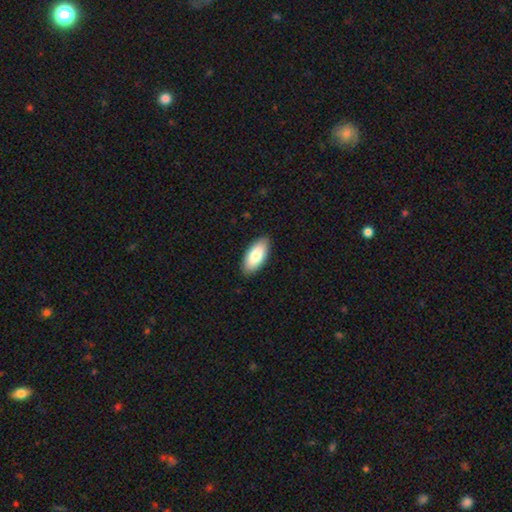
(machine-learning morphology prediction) smooth_or_featured: smooth (p=0.81) [alt: featured or disk p=0.13]
how_rounded: in between (p=0.90) [alt: cigar-shaped p=0.08]
merging: none (p=0.90) [alt: minor disturbance p=0.08]